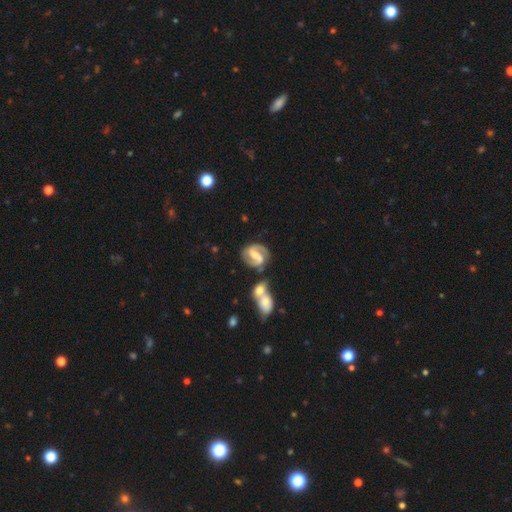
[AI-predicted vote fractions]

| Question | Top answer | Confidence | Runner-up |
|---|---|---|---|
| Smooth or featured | featured or disk | 86% | smooth (9%) |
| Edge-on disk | no | 97% | yes (3%) |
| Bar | strong | 50% | weak (39%) |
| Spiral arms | yes | 96% | no (4%) |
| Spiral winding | medium | 53% | tight (32%) |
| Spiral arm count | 2 | 92% | can't tell (3%) |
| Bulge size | moderate | 50% | small (37%) |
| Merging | none | 63% | merger (20%) |